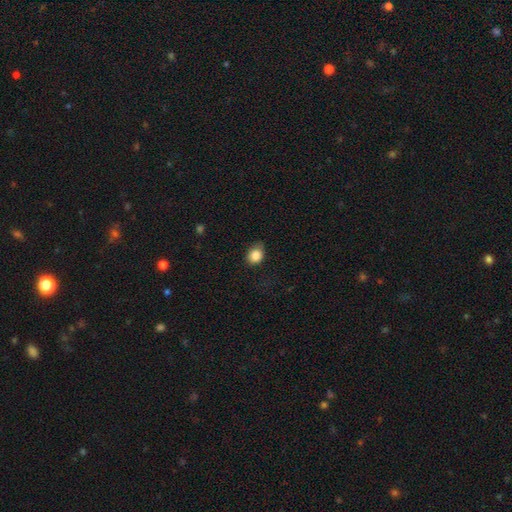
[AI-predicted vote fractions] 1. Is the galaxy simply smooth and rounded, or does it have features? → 84% smooth, 9% star or artifact, 7% featured or disk.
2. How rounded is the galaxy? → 51% in between, 48% round, 1% cigar-shaped.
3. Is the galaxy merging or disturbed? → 72% none, 22% minor disturbance, 5% major disturbance, 1% merger.